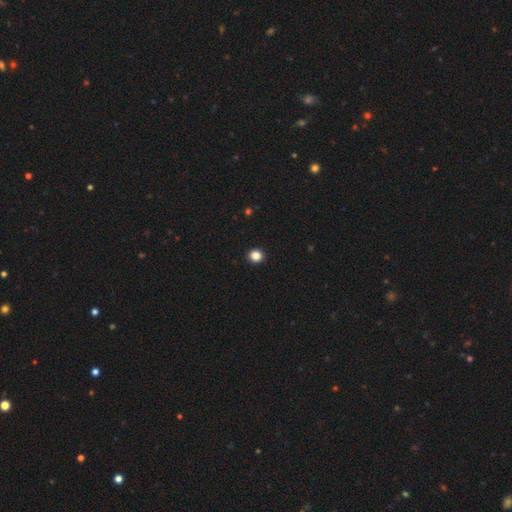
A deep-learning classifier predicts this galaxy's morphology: Smooth or featured? smooth (84%)
How rounded? round (90%)
Merging? none (94%)